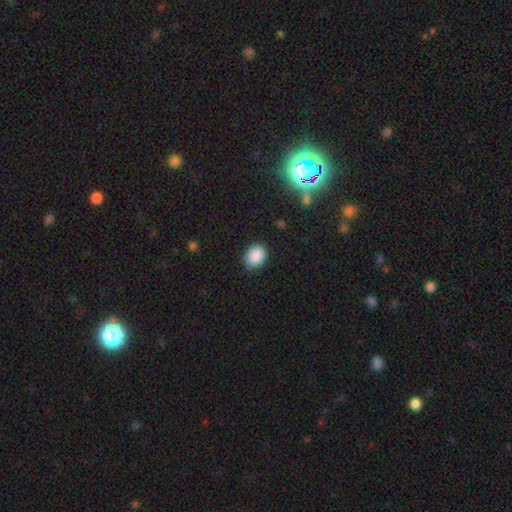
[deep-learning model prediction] smooth_or_featured: smooth (p=0.88) [alt: star or artifact p=0.08]
how_rounded: round (p=0.50) [alt: in between p=0.49]
merging: none (p=0.86) [alt: minor disturbance p=0.11]